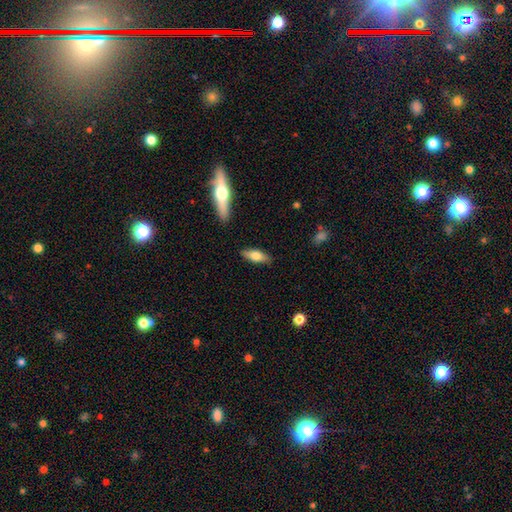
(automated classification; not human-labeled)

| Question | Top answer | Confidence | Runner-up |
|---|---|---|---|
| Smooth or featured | smooth | 67% | featured or disk (27%) |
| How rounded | in between | 64% | cigar-shaped (33%) |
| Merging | none | 85% | minor disturbance (11%) |